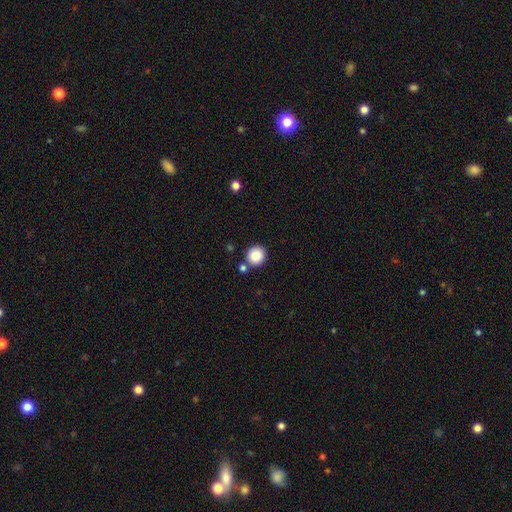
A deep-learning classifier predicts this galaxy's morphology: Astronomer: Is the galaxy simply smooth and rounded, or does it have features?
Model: smooth — 88%.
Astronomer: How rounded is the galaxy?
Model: round — 91%.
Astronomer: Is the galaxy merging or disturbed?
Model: none — 80%.